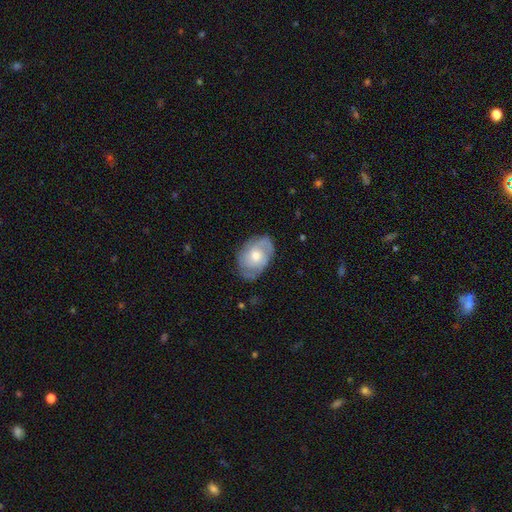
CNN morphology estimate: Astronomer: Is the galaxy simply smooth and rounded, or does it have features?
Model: featured or disk — 71%.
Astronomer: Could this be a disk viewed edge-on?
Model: no — 96%.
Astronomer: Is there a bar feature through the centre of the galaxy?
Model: no — 75%.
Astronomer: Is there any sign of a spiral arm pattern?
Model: yes — 88%.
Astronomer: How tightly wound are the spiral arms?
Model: tight — 53% (runner-up: medium, 36%).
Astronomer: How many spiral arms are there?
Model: can't tell — 30% (runner-up: 2, 29%).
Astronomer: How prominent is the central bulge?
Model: moderate — 68%.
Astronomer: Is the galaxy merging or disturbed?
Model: none — 73%.